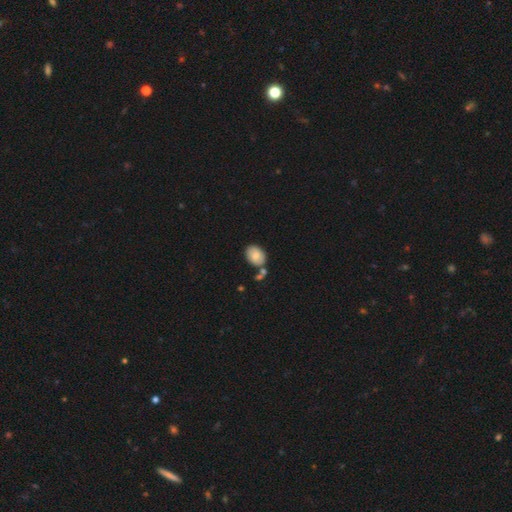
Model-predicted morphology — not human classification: Smooth or featured? smooth (79%)
How rounded? in between (75%)
Merging? none (65%)